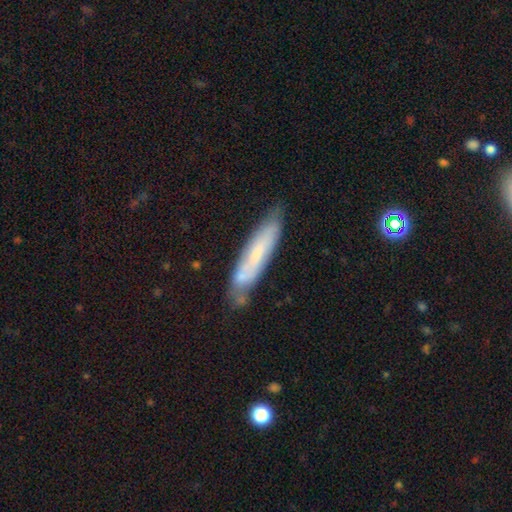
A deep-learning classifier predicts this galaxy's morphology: A smooth galaxy with no disk features (49%).

Vote fractions:
- Smooth or featured? smooth: 49% / featured or disk: 44% / star or artifact: 7%
- Merging? none: 67% / minor disturbance: 23% / merger: 6% / major disturbance: 5%